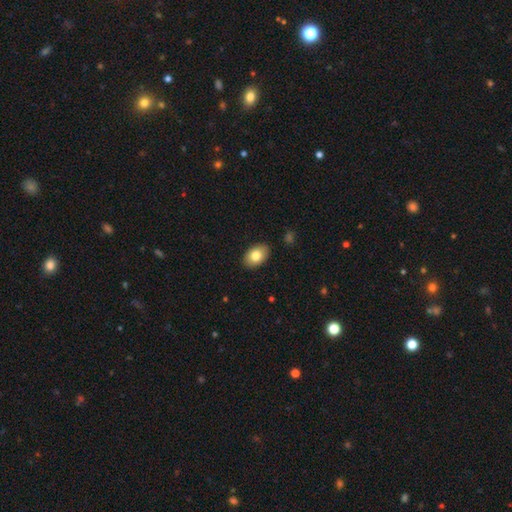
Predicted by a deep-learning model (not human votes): The model was most divided on "smooth or featured": smooth: 80%, featured or disk: 13%, star or artifact: 7%. More confident: merging — none (88%); how rounded — in between (88%).